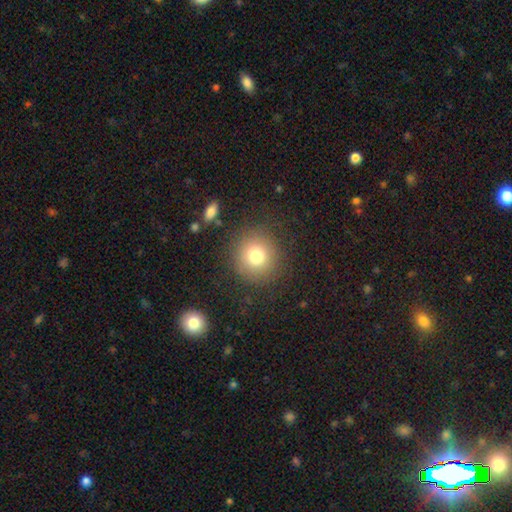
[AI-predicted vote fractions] A smooth galaxy with no disk features (77%) that is round (92%). Merging: none (86%).